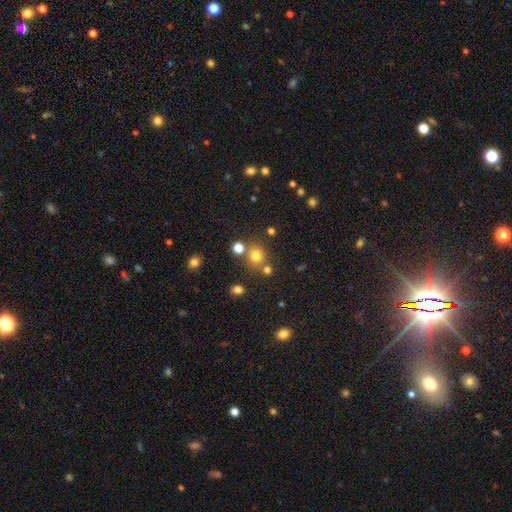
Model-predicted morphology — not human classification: Overall: smooth (74%). How rounded: round (86%). Merging: none (73%).